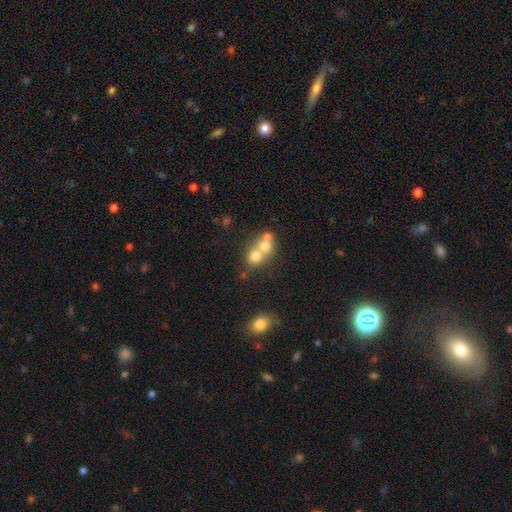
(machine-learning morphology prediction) Overall: smooth (66%). How rounded: round (77%). Merging: merger (61%; none 30%).